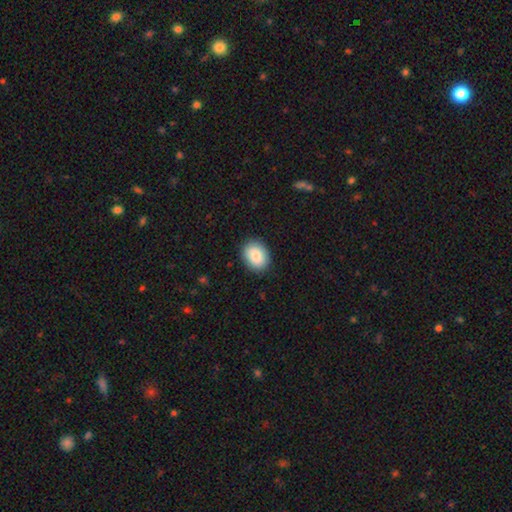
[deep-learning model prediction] smooth 86%, star or artifact 7%, featured or disk 7%. Down the decision tree: how rounded — in between (56%); merging — none (89%).